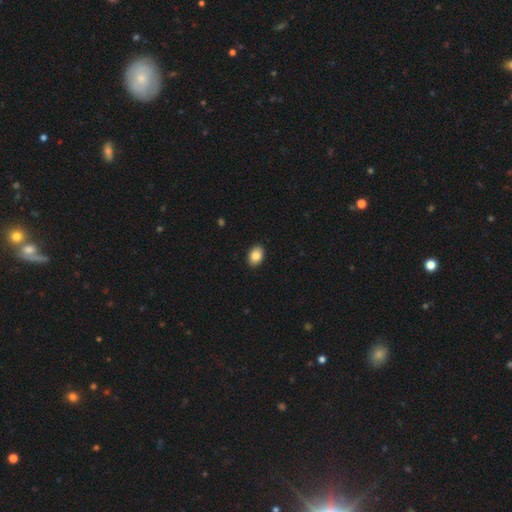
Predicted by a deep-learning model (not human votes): Smooth or featured?
  - smooth: 87% *
  - star or artifact: 7%
  - featured or disk: 6%
How rounded?
  - in between: 84% *
  - round: 15%
  - cigar-shaped: 1%
Merging?
  - none: 91% *
  - minor disturbance: 7%
  - major disturbance: 2%
  - merger: 1%